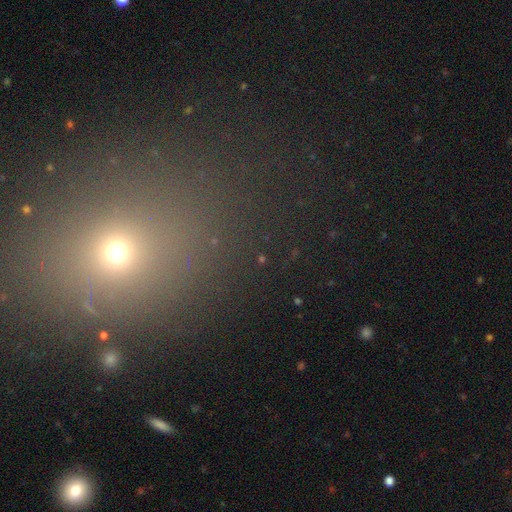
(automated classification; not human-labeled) Smooth or featured? Predicted: smooth (p=0.46). Merging? Predicted: none (p=0.81).